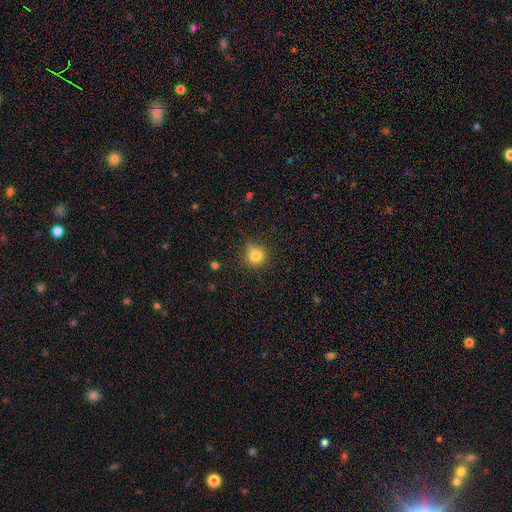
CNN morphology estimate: Overall: smooth (79%). How rounded: round (86%). Merging: none (73%).